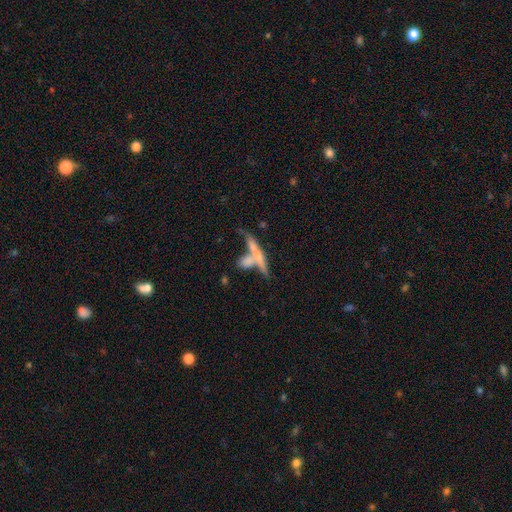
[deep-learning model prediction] Overall: smooth (48%; featured or disk 44%). Merging: merger (46%; none 39%).